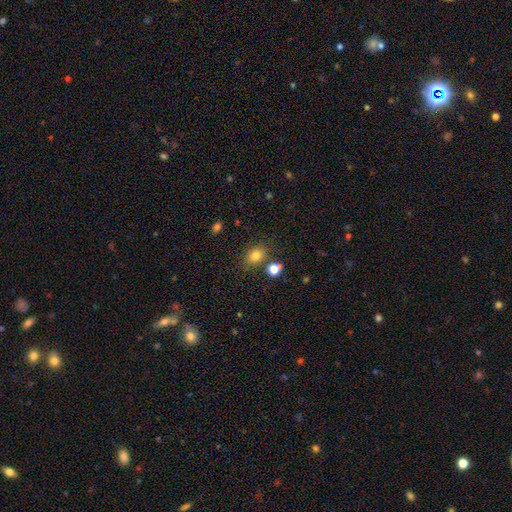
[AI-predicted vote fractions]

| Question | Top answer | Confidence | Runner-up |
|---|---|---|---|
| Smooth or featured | smooth | 82% | star or artifact (12%) |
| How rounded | in between | 61% | round (38%) |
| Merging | none | 71% | minor disturbance (14%) |